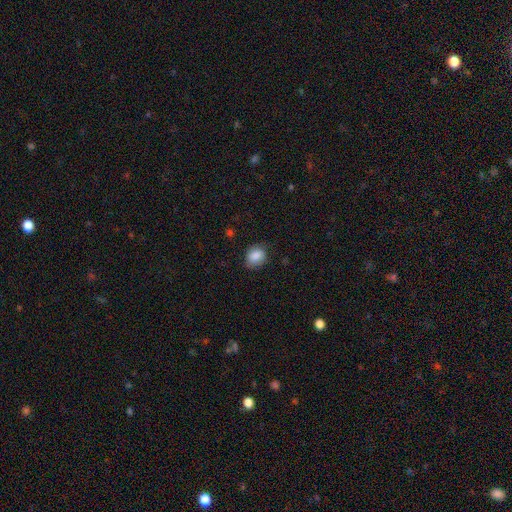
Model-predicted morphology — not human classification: Overall: smooth (85%). How rounded: round (51%; in between 48%). Merging: none (73%).